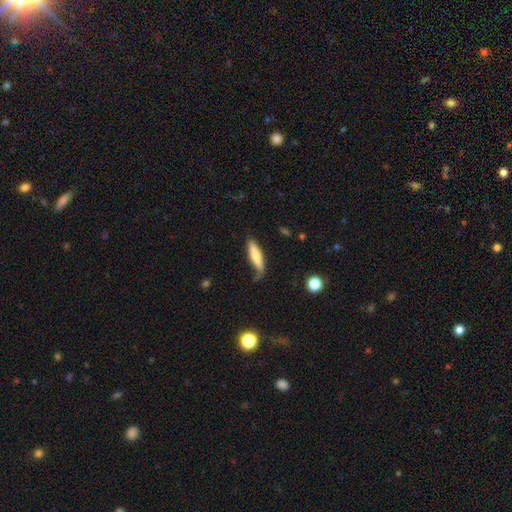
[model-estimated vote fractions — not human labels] Overall: smooth (70%). How rounded: cigar-shaped (75%). Merging: none (59%; minor disturbance 29%).